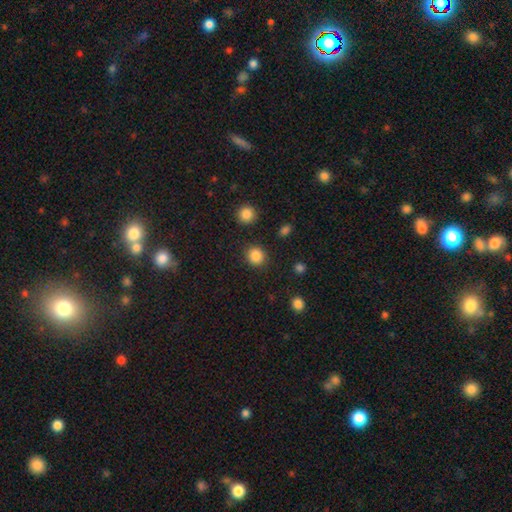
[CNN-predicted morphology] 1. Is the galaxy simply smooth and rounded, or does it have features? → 86% smooth, 11% star or artifact, 4% featured or disk.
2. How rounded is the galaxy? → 89% round, 10% in between, 1% cigar-shaped.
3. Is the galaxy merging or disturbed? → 89% none, 6% minor disturbance, 3% major disturbance, 2% merger.